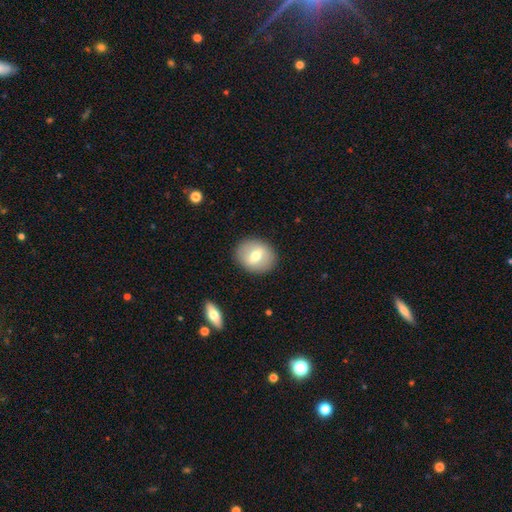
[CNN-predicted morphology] A smooth galaxy with no disk features (58%) that is round (60%).

Vote fractions:
- Smooth or featured? smooth: 58% / featured or disk: 35% / star or artifact: 7%
- How rounded? round: 60% / in between: 38% / cigar-shaped: 1%
- Merging? none: 88% / minor disturbance: 8% / major disturbance: 3% / merger: 1%